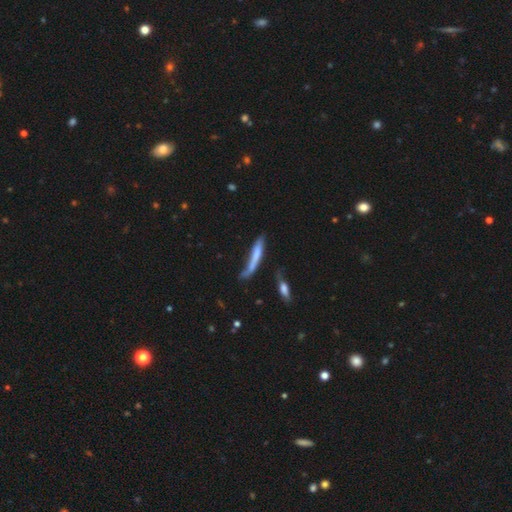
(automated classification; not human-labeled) This appears to be a smooth galaxy with no disk features (62%) that is cigar-shaped (87%). Merging: none (34%).